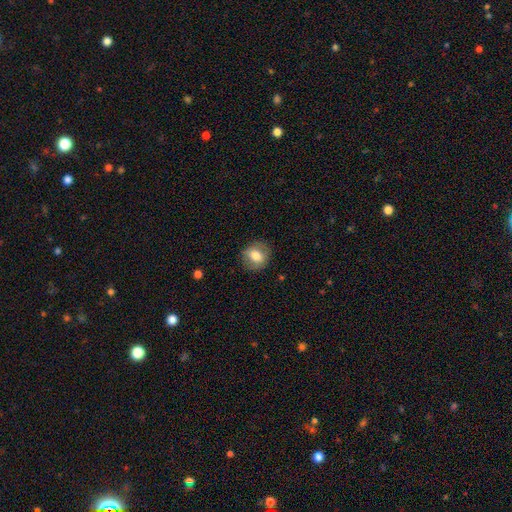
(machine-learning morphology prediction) Smooth or featured? Predicted: smooth (p=0.73). How rounded? Predicted: round (p=0.72). Merging? Predicted: none (p=0.85).